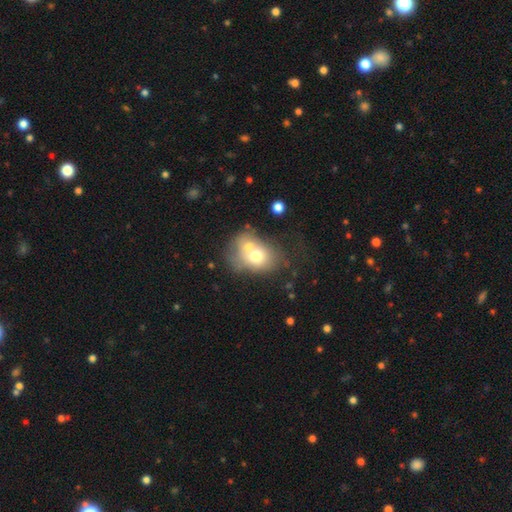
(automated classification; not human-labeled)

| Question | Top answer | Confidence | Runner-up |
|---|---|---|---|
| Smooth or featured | smooth | 63% | featured or disk (27%) |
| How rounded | in between | 58% | round (41%) |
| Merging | merger | 56% | none (23%) |